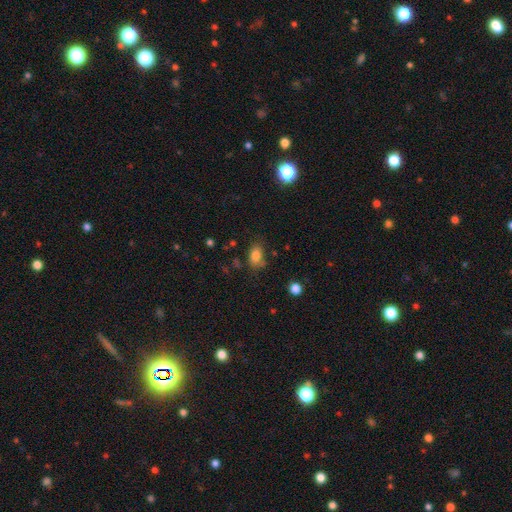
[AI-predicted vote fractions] Q: Smooth or featured?
A: smooth (81%); runner-up: star or artifact (11%)
Q: How rounded?
A: in between (77%); runner-up: round (21%)
Q: Merging?
A: none (64%); runner-up: minor disturbance (24%)